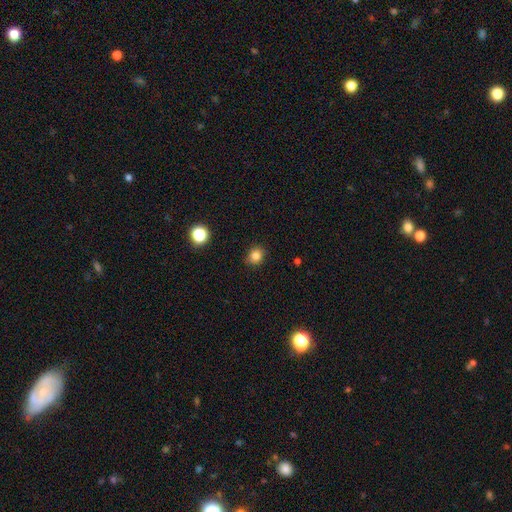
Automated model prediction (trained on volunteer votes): This appears to be a smooth galaxy with no disk features (83%) that is round (70%). Merging: none (87%).